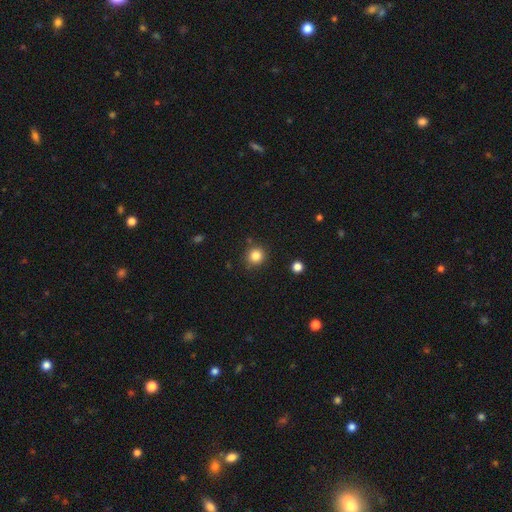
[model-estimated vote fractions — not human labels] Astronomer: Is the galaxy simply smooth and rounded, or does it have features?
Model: smooth — 84%.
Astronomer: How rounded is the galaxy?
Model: round — 91%.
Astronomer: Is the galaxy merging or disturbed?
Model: none — 86%.